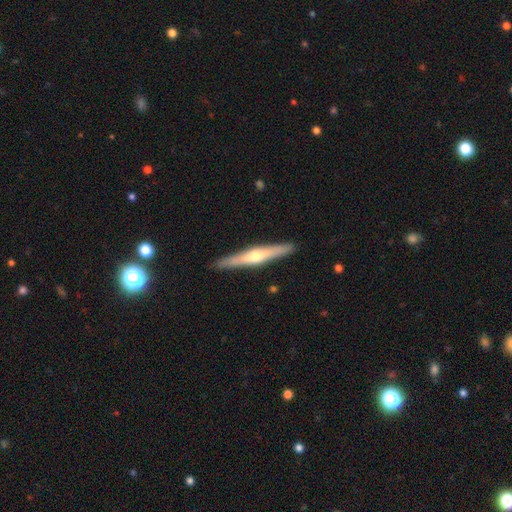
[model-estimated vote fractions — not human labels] This appears to be a featured or disk galaxy (64%) viewed edge-on (96%) with a rounded central bulge (87%). Merging: none (91%).